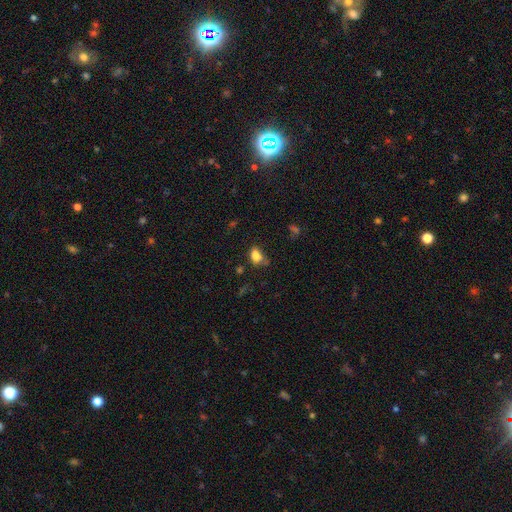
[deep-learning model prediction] Q: Smooth or featured?
A: smooth (81%); runner-up: star or artifact (11%)
Q: How rounded?
A: in between (78%); runner-up: round (20%)
Q: Merging?
A: none (56%); runner-up: minor disturbance (27%)